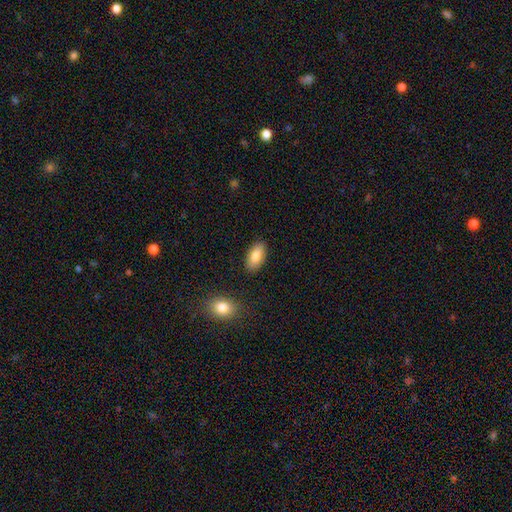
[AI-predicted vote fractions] Smooth or featured: smooth — 82% (featured or disk — 11%)
How rounded: in between — 91% (cigar-shaped — 7%)
Merging: none — 87% (minor disturbance — 9%)